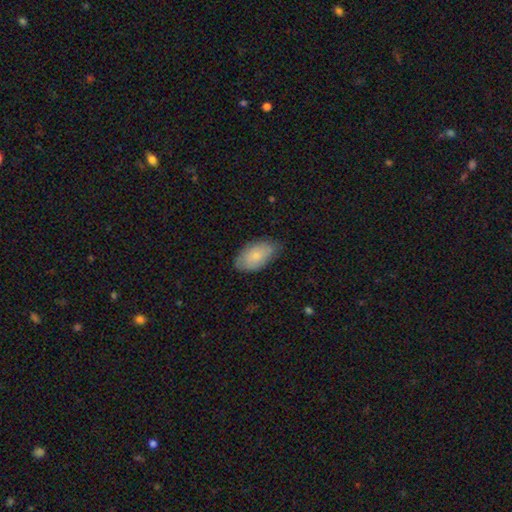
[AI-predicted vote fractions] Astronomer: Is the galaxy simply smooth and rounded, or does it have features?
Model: smooth — 75%.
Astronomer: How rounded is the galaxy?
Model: in between — 94%.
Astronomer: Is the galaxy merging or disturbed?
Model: none — 69%.